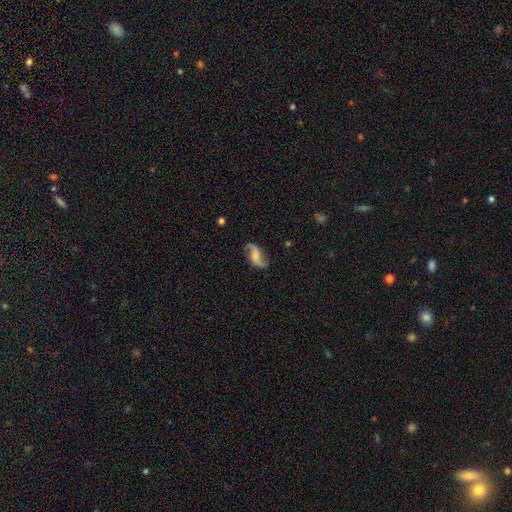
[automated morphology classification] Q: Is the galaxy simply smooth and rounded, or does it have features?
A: featured or disk — 79%.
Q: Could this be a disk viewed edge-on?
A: no — 96%.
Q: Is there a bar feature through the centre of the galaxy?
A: no — 46%.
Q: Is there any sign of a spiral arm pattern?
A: yes — 95%.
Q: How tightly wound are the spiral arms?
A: loose — 78%.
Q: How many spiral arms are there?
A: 2 — 92%.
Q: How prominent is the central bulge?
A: none — 34%.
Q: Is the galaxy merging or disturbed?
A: none — 76%.